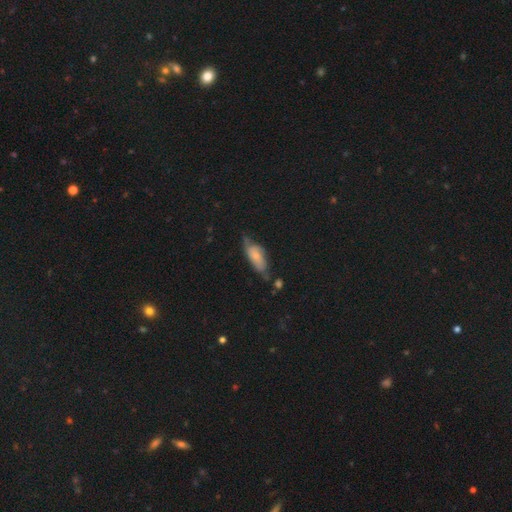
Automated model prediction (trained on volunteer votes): Smooth or featured: smooth — 59% (featured or disk — 34%)
How rounded: in between — 78% (cigar-shaped — 20%)
Merging: none — 44% (minor disturbance — 38%)